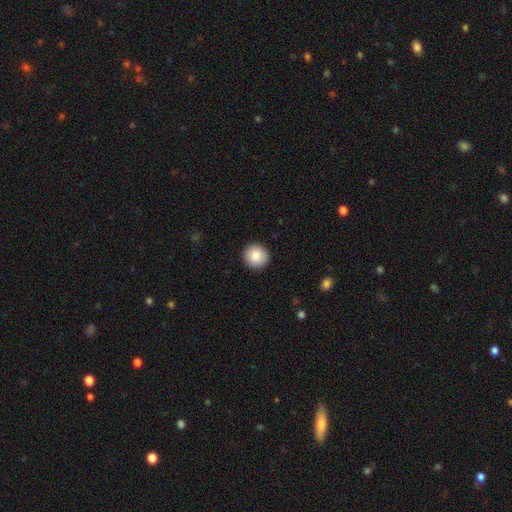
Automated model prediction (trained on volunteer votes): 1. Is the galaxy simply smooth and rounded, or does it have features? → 85% smooth, 8% featured or disk, 8% star or artifact.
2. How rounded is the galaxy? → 94% round, 5% in between, 1% cigar-shaped.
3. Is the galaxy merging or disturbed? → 93% none, 5% minor disturbance, 2% major disturbance, 1% merger.